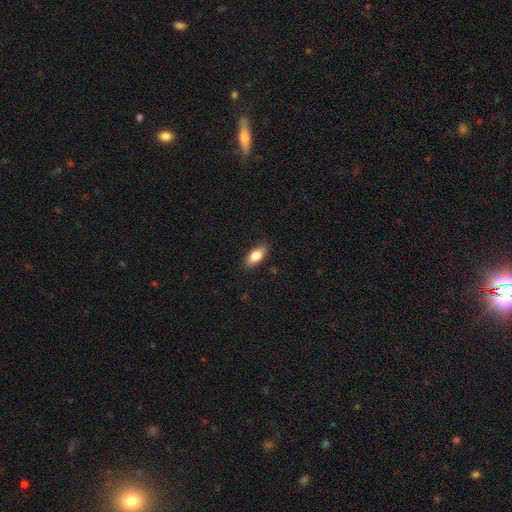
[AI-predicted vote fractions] smooth 81%, featured or disk 13%, star or artifact 7%. Down the decision tree: how rounded — in between (86%); merging — none (87%).